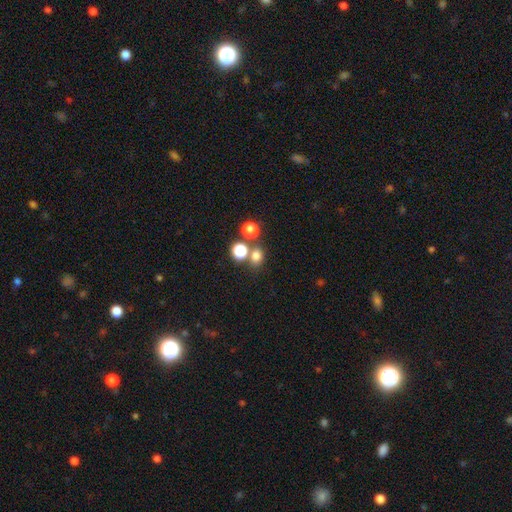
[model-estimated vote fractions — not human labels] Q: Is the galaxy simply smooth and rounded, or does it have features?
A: smooth — 74%.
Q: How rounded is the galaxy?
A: round — 63%.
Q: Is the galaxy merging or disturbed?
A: none — 63%.